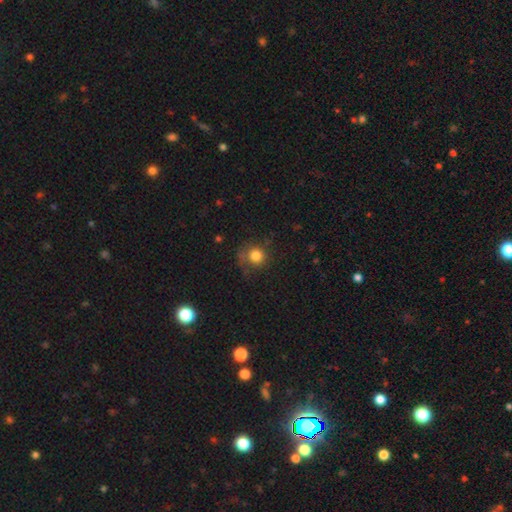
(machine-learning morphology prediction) type=smooth (80%); roundness=round (88%); merging=none (63%).